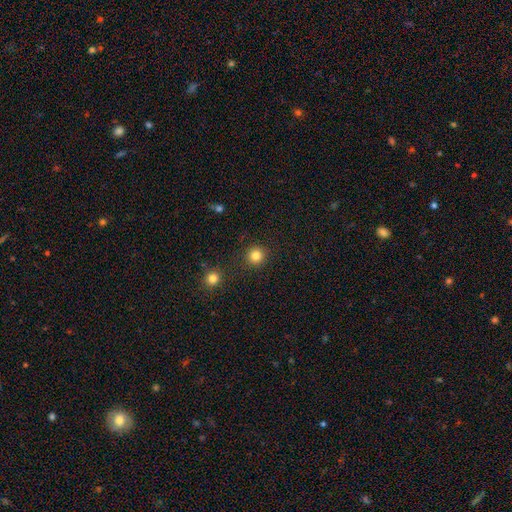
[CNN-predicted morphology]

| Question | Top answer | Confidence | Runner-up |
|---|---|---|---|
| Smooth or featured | smooth | 83% | star or artifact (12%) |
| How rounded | round | 93% | in between (6%) |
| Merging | none | 89% | minor disturbance (6%) |